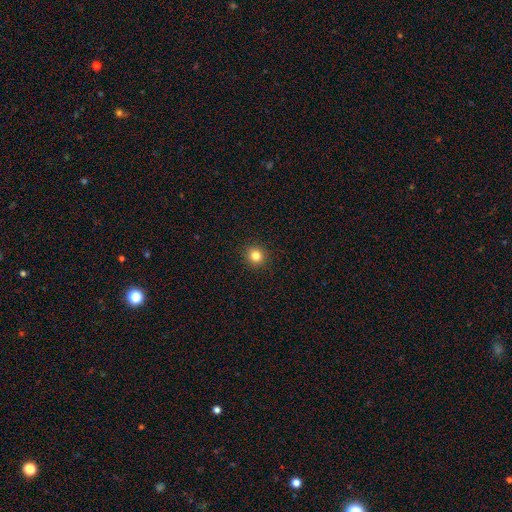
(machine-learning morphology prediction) A smooth galaxy with no disk features (82%) that is round (93%). Merging: none (93%).